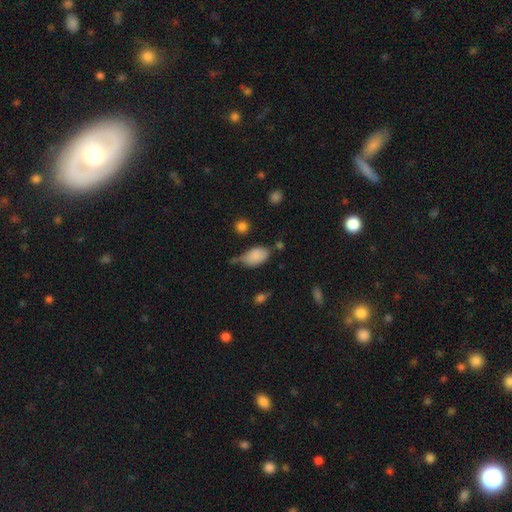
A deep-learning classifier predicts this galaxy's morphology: smooth-or-featured: smooth: 84% | star or artifact: 8% | featured or disk: 8%
  how-rounded: in between: 91% | round: 7% | cigar-shaped: 2%
  merging: none: 46% | minor disturbance: 34% | merger: 10% | major disturbance: 10%